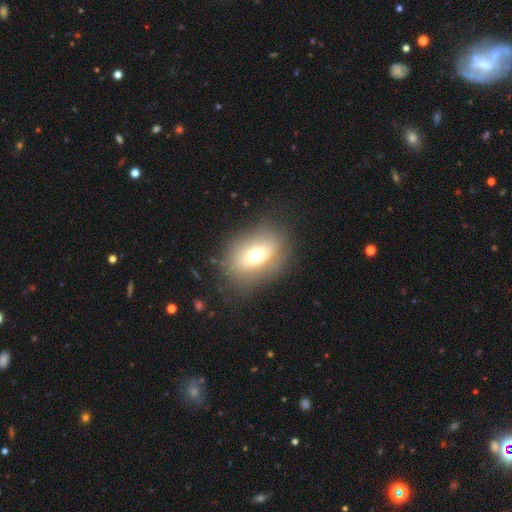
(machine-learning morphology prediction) Smooth or featured: smooth — 65% (featured or disk — 22%)
How rounded: in between — 70% (round — 28%)
Merging: none — 74% (minor disturbance — 16%)